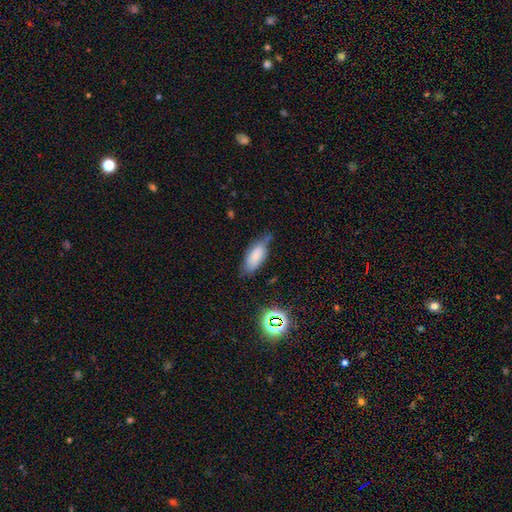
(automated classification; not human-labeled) This appears to be a smooth galaxy with no disk features (76%) that is in between round and cigar-shaped (81%). Merging: none (51%).